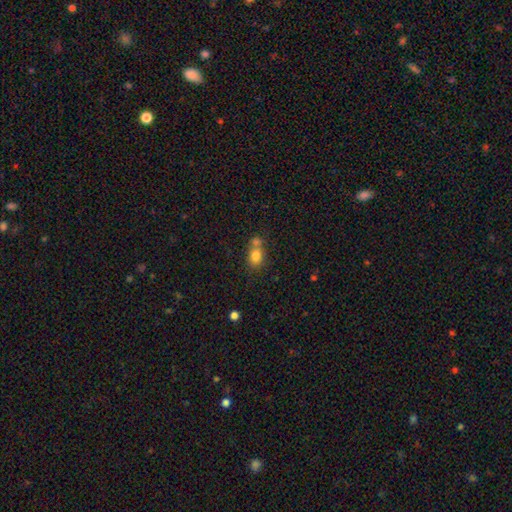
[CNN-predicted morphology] A smooth galaxy with no disk features (80%) that is in between round and cigar-shaped (52%). Merging: none (43%).